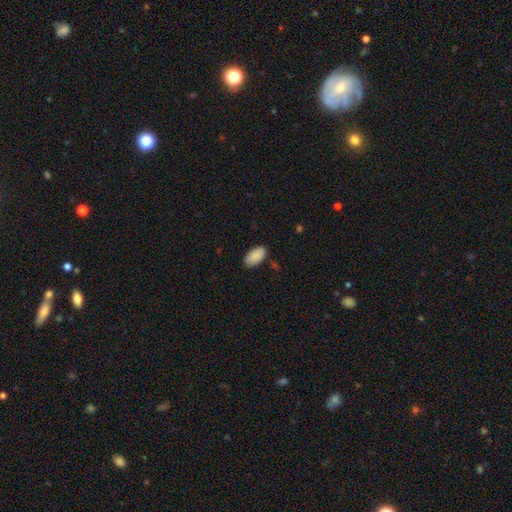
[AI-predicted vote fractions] smooth 90%, star or artifact 6%, featured or disk 4%. Down the decision tree: how rounded — in between (95%); merging — none (82%).